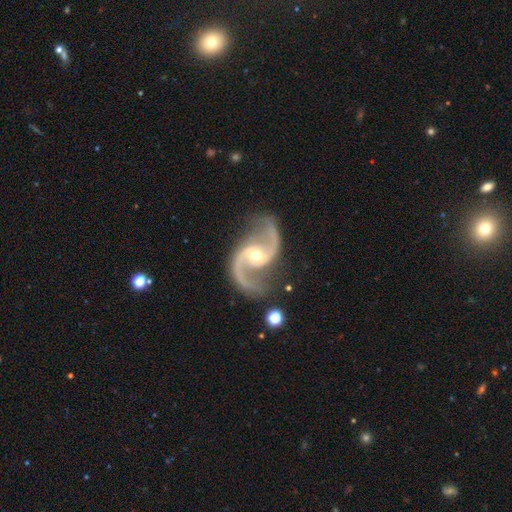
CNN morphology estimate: This is clearly a featured or disk galaxy (94%). It is clearly not viewed edge-on (98%). Bar: possibly no (54%). Spiral arm pattern: clearly yes (98%). Spiral arm count: clearly 2 (95%). Spiral winding: possibly loose (49%). Central bulge: likely moderate (62%). Merging: likely none (79%).